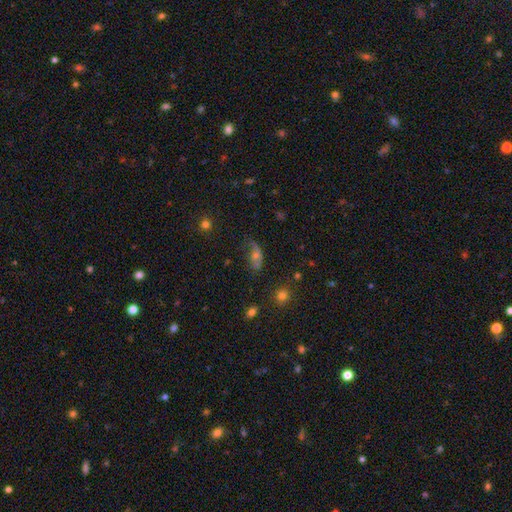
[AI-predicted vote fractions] Smooth or featured? featured or disk (41%)
Merging? none (44%)